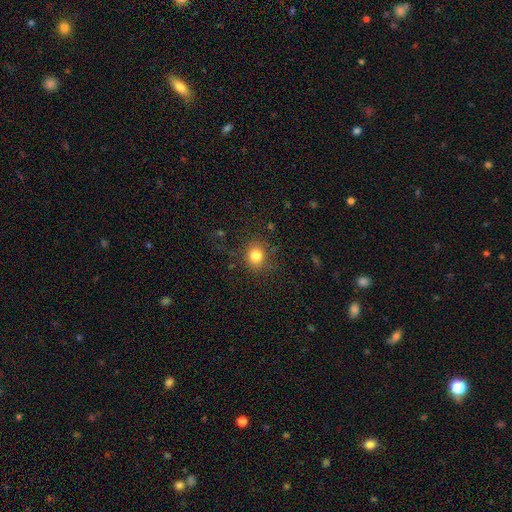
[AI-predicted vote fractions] Smooth or featured? smooth (81%)
How rounded? round (78%)
Merging? none (82%)